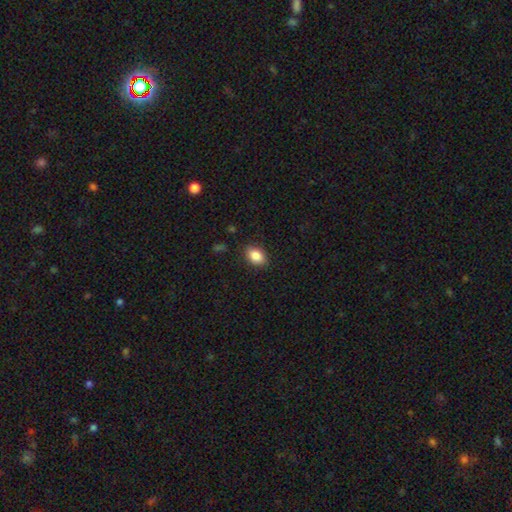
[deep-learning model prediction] This is clearly a smooth galaxy (87%). How rounded: clearly in between (84%). Merging: clearly none (87%).